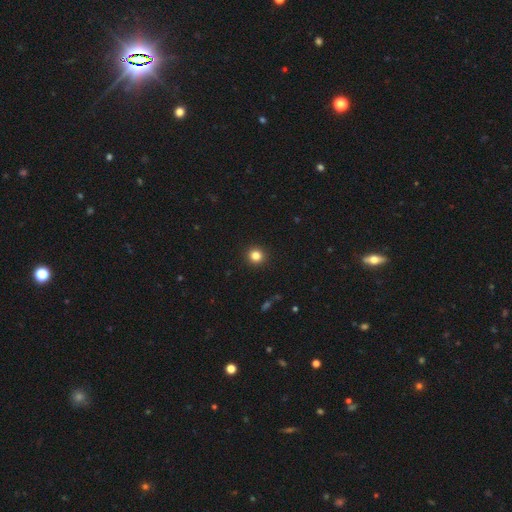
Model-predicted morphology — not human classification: type=smooth (83%); roundness=round (93%); merging=none (93%).